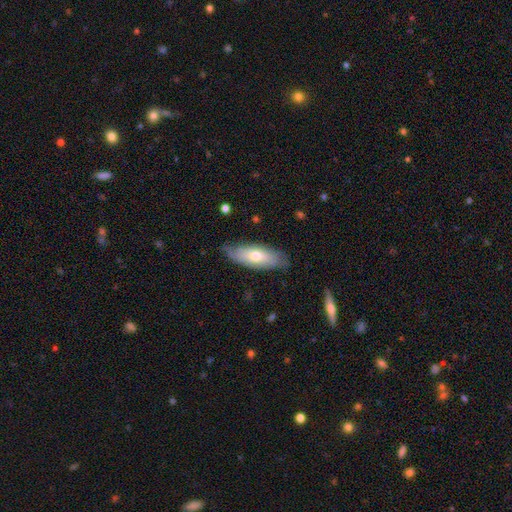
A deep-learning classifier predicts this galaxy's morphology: smooth 59%, featured or disk 35%, star or artifact 6%. Down the decision tree: how rounded — in between (72%); merging — none (71%).